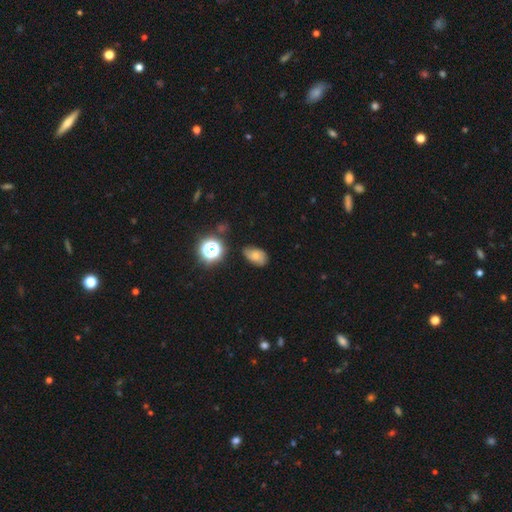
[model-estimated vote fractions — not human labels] smooth-or-featured: smooth: 55% | featured or disk: 28% | star or artifact: 17%
  how-rounded: in between: 84% | round: 15% | cigar-shaped: 2%
  merging: none: 67% | minor disturbance: 24% | major disturbance: 6% | merger: 2%